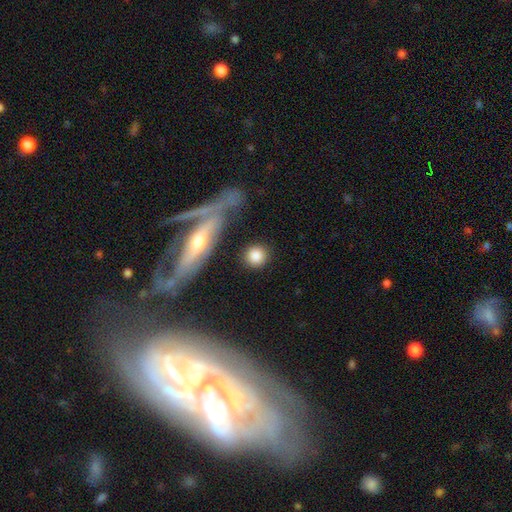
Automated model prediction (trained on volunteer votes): smooth-or-featured: smooth: 83% | featured or disk: 10% | star or artifact: 7%
  how-rounded: round: 90% | in between: 8% | cigar-shaped: 3%
  merging: none: 83% | minor disturbance: 8% | merger: 6% | major disturbance: 3%